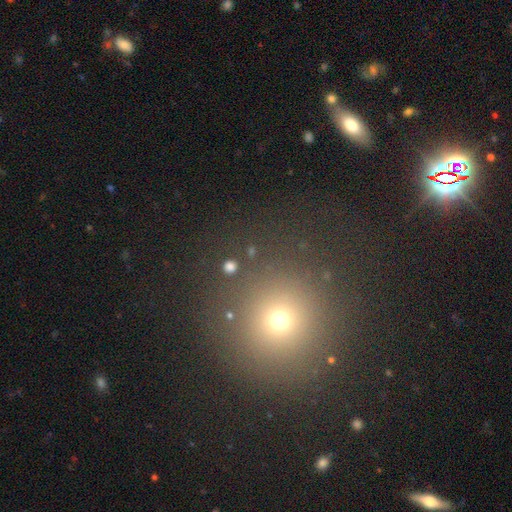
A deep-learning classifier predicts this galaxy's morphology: smooth 61%, star or artifact 31%, featured or disk 8%. Down the decision tree: how rounded — round (94%); merging — none (87%).